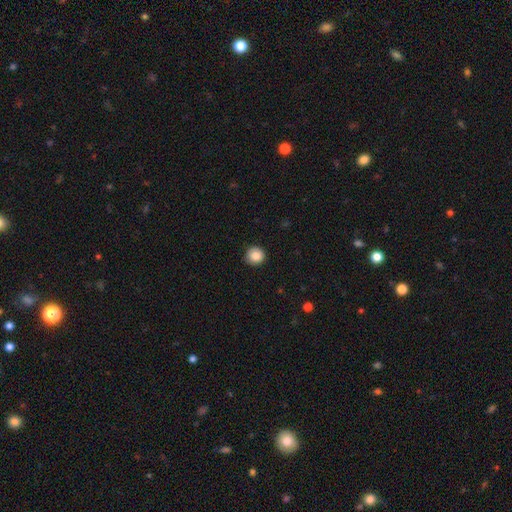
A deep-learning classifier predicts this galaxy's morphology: Overall: smooth (87%). How rounded: round (94%). Merging: none (89%).